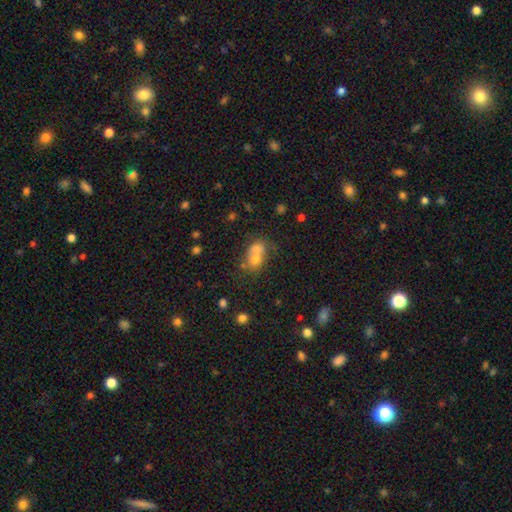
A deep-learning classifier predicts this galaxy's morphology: smooth-or-featured: smooth: 67% | featured or disk: 20% | star or artifact: 13%
  how-rounded: round: 53% | in between: 46% | cigar-shaped: 1%
  merging: merger: 63% | none: 24% | minor disturbance: 8% | major disturbance: 5%